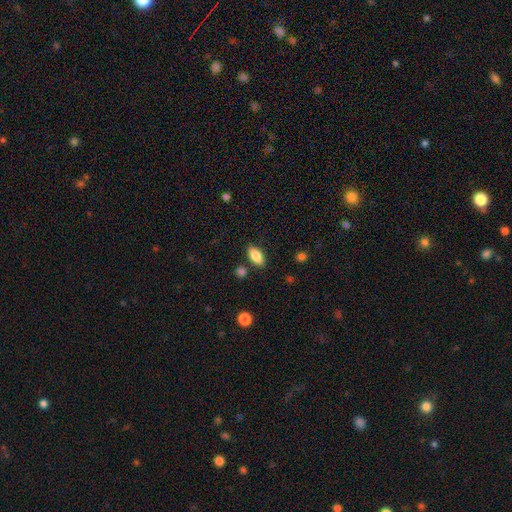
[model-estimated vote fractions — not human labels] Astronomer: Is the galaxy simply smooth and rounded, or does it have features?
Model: smooth — 85%.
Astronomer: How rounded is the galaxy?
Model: in between — 90%.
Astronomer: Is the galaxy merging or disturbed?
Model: none — 84%.